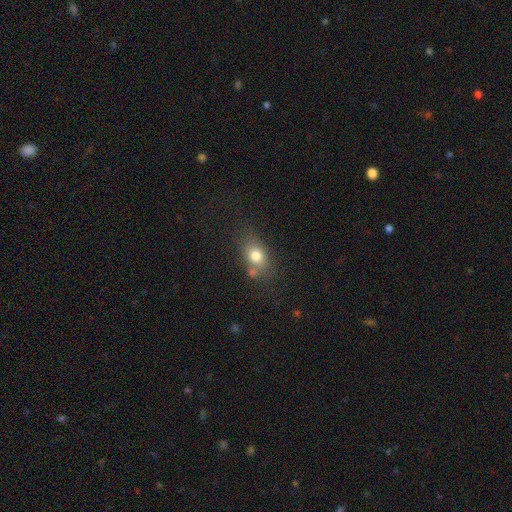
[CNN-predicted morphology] A smooth galaxy with no disk features (77%) that is in between round and cigar-shaped (63%).

Vote fractions:
- Smooth or featured? smooth: 77% / featured or disk: 12% / star or artifact: 11%
- How rounded? in between: 63% / round: 34% / cigar-shaped: 2%
- Merging? none: 59% / minor disturbance: 19% / merger: 15% / major disturbance: 7%